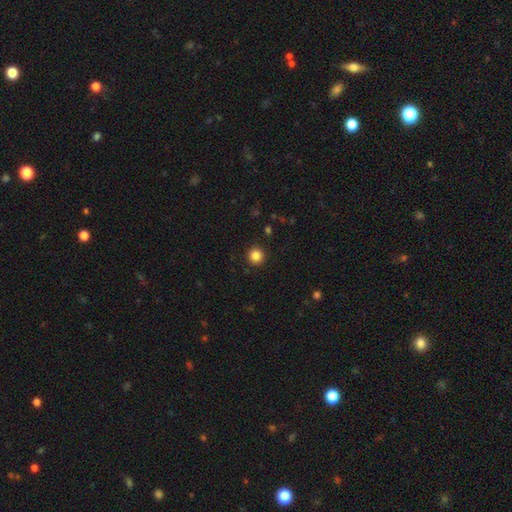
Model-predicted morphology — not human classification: Smooth or featured?
  - smooth: 86% *
  - star or artifact: 11%
  - featured or disk: 3%
How rounded?
  - round: 95% *
  - in between: 5%
  - cigar-shaped: 1%
Merging?
  - none: 93% *
  - minor disturbance: 5%
  - major disturbance: 2%
  - merger: 1%